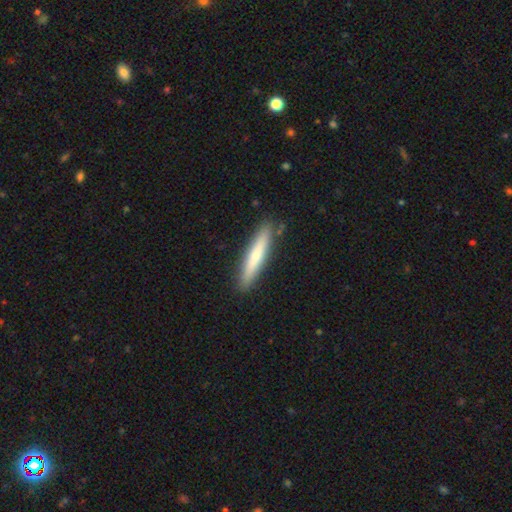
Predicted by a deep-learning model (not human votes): Smooth or featured?
  - smooth: 65% *
  - featured or disk: 30%
  - star or artifact: 5%
How rounded?
  - cigar-shaped: 93% *
  - in between: 6%
  - round: 1%
Merging?
  - none: 89% *
  - minor disturbance: 8%
  - merger: 2%
  - major disturbance: 2%